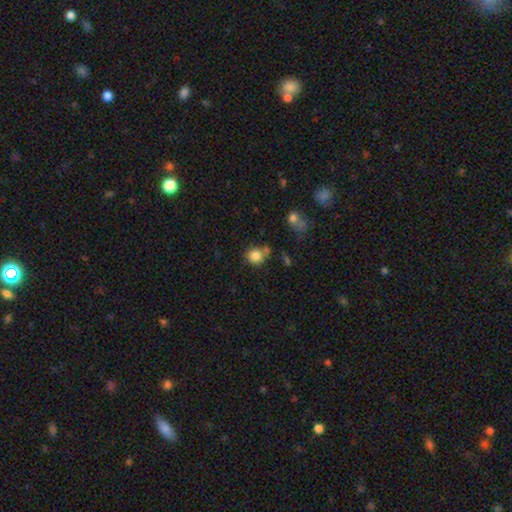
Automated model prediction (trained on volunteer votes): A smooth galaxy with no disk features (83%) that is round (82%). Merging: none (60%).